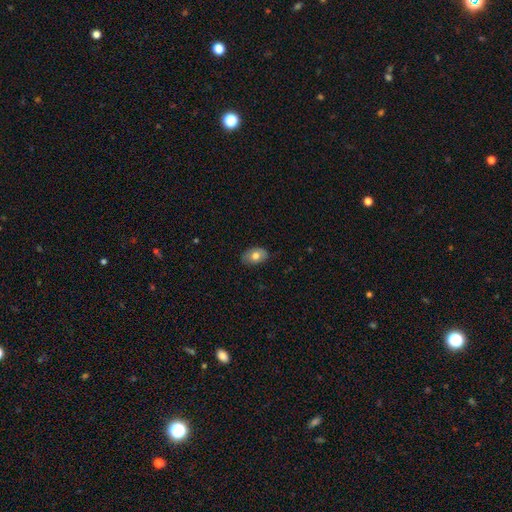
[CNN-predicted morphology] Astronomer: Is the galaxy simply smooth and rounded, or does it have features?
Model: smooth — 73%.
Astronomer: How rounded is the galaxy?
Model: in between — 85%.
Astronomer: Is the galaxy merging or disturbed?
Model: none — 81%.